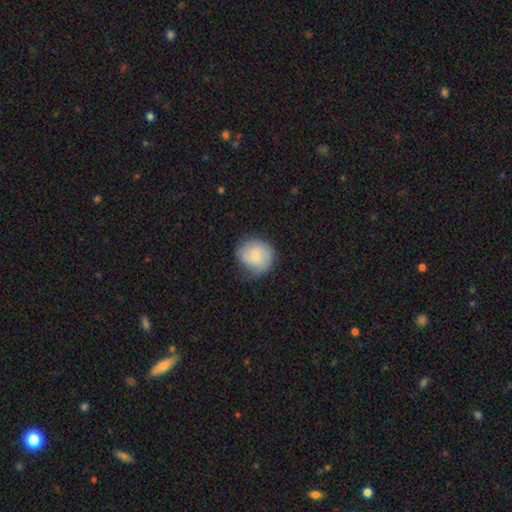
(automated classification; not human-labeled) Q: Smooth or featured?
A: smooth (56%); runner-up: featured or disk (37%)
Q: How rounded?
A: round (82%); runner-up: in between (17%)
Q: Merging?
A: none (69%); runner-up: minor disturbance (23%)